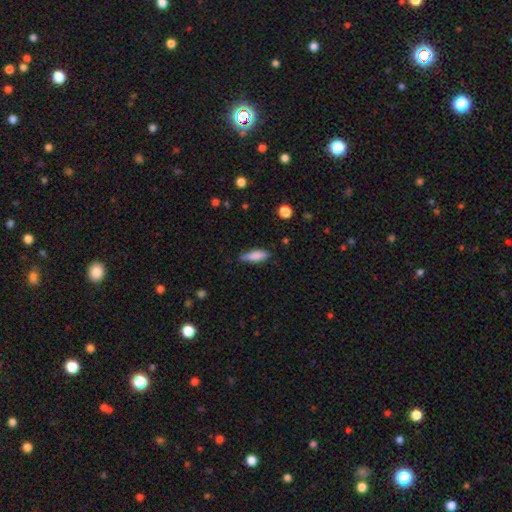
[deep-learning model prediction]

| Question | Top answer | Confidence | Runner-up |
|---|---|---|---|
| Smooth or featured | smooth | 81% | featured or disk (13%) |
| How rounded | cigar-shaped | 50% | in between (48%) |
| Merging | none | 73% | minor disturbance (22%) |